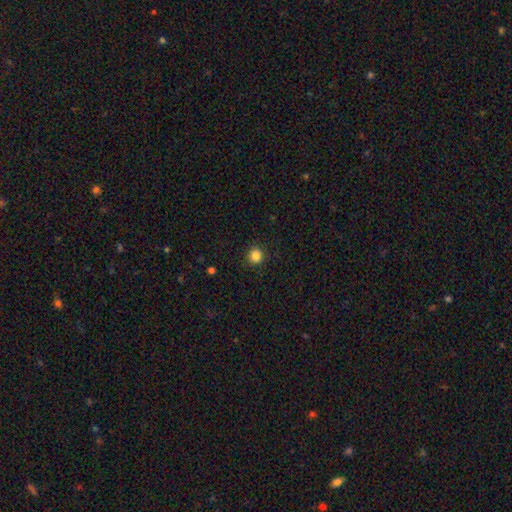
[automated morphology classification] smooth_or_featured: smooth (p=0.84) [alt: star or artifact p=0.12]
how_rounded: round (p=0.93) [alt: in between p=0.06]
merging: none (p=0.92) [alt: minor disturbance p=0.06]